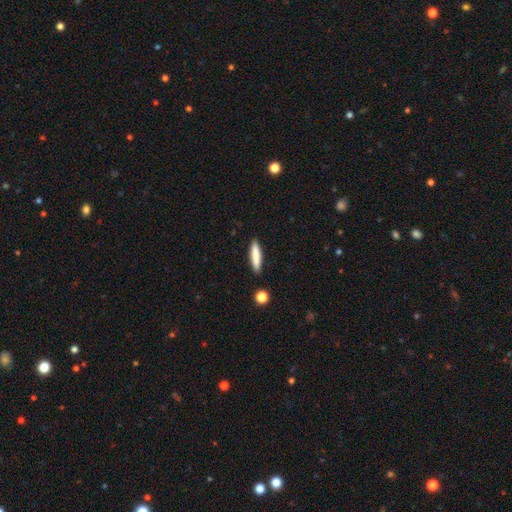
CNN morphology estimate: smooth 82%, featured or disk 12%, star or artifact 6%. Down the decision tree: how rounded — cigar-shaped (85%); merging — none (89%).